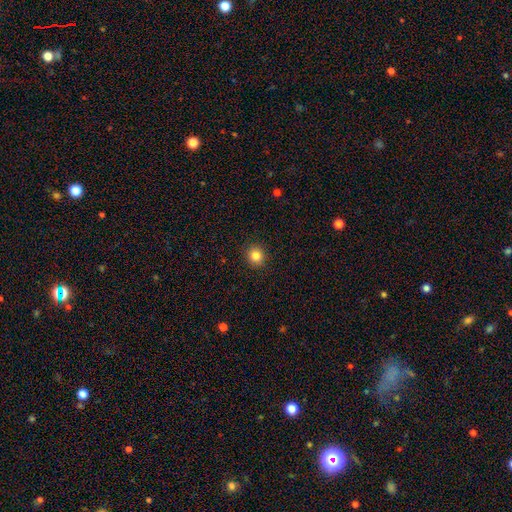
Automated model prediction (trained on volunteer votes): Smooth or featured? Predicted: smooth (p=0.84). How rounded? Predicted: round (p=0.87). Merging? Predicted: none (p=0.92).